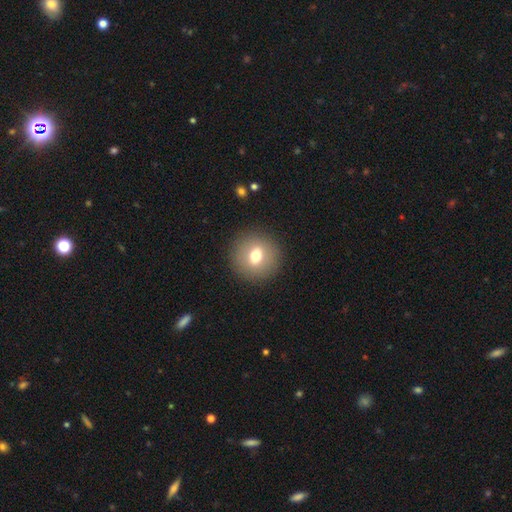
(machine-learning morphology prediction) A smooth galaxy with no disk features (69%) that is round (88%).

Vote fractions:
- Smooth or featured? smooth: 69% / featured or disk: 21% / star or artifact: 10%
- How rounded? round: 88% / in between: 11% / cigar-shaped: 1%
- Merging? none: 89% / minor disturbance: 7% / major disturbance: 3% / merger: 1%